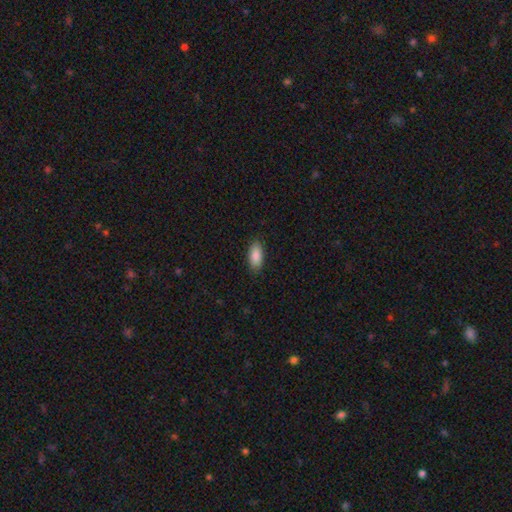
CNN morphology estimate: Smooth or featured?
  - smooth: 89% *
  - star or artifact: 6%
  - featured or disk: 5%
How rounded?
  - in between: 88% *
  - cigar-shaped: 10%
  - round: 2%
Merging?
  - none: 87% *
  - minor disturbance: 10%
  - major disturbance: 2%
  - merger: 1%